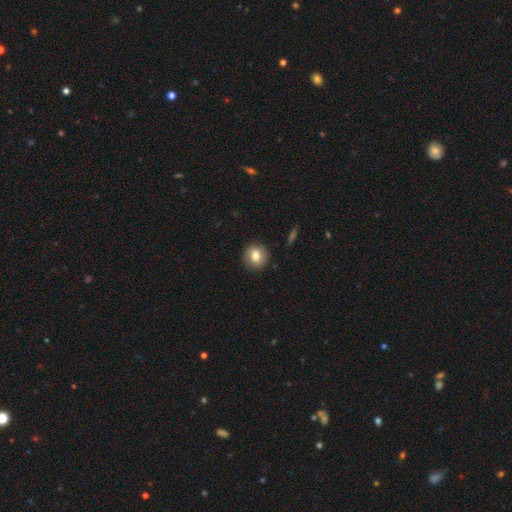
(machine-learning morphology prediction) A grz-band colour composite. It shows a smooth galaxy with no disk features (76%) that is round (85%). Merging: none (87%).